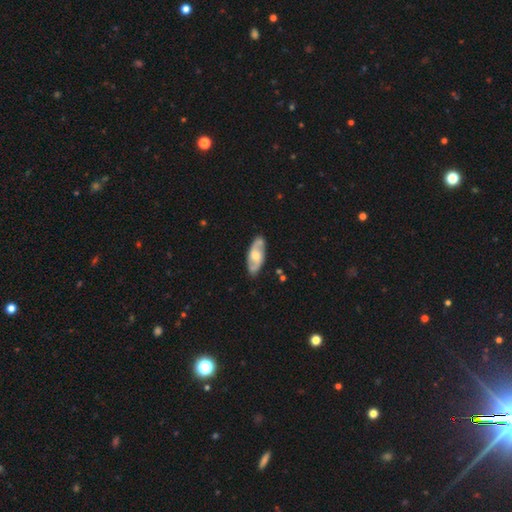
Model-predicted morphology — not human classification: A featured or disk galaxy (66%) with no bar (56%), spiral arms (84%) and a moderate central bulge (61%).

Vote fractions:
- Smooth or featured? featured or disk: 66% / smooth: 29% / star or artifact: 5%
- Edge-on disk? no: 88% / yes: 12%
- Bar? no: 56% / weak: 36% / strong: 8%
- Spiral arms? yes: 84% / no: 16%
- Bulge size? moderate: 61% / small: 25% / large: 10% / none: 3% / dominant: 1%
- Merging? none: 83% / minor disturbance: 13% / major disturbance: 3% / merger: 2%